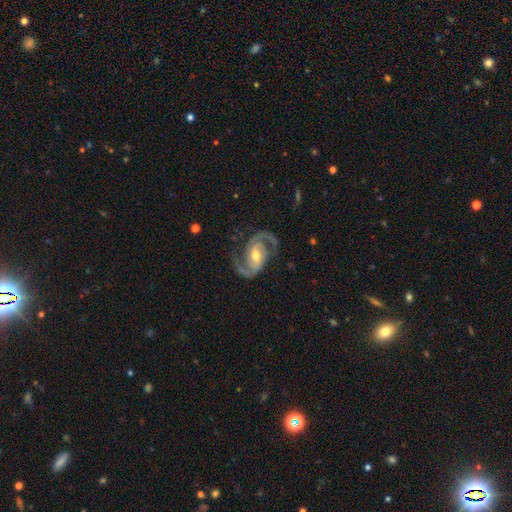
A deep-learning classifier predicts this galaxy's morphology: The model was most divided on "bar": weak: 41%, no: 34%, strong: 25%. More confident: spiral arms — yes (98%); edge-on disk — no (98%); spiral arm count — 2 (94%); smooth or featured — featured or disk (93%); merging — none (80%); bulge size — moderate (62%); spiral winding — medium (59%).